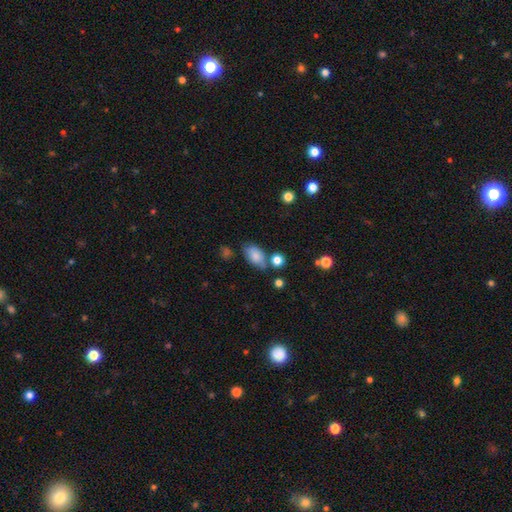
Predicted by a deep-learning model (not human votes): smooth 80%, featured or disk 11%, star or artifact 9%. Down the decision tree: how rounded — in between (89%); merging — none (62%).